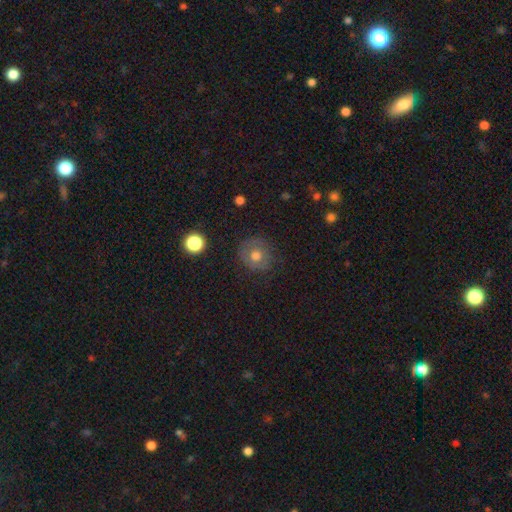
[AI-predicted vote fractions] Smooth or featured: smooth — 63% (featured or disk — 24%)
How rounded: round — 86% (in between — 13%)
Merging: none — 80% (minor disturbance — 14%)